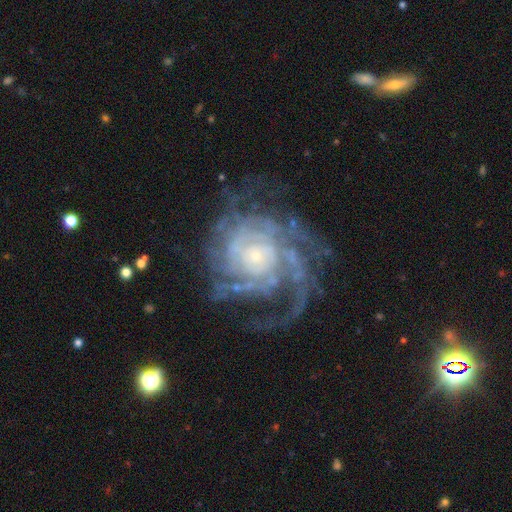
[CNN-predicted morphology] type=featured or disk (88%); edge-on=no (98%); bar=no (77%); spiral arms=yes (96%); winding=tight (64%); arm count=can't tell (30%); bulge=small (76%); merging=none (60%).